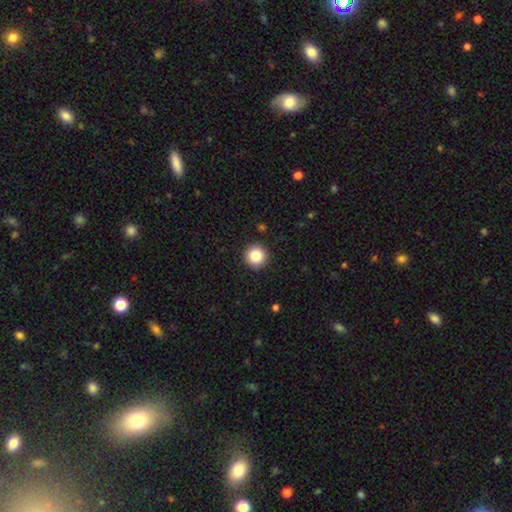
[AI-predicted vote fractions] A smooth galaxy with no disk features (86%) that is round (96%).

Vote fractions:
- Smooth or featured? smooth: 86% / star or artifact: 9% / featured or disk: 5%
- How rounded? round: 96% / in between: 3% / cigar-shaped: 1%
- Merging? none: 93% / minor disturbance: 5% / major disturbance: 2% / merger: 1%